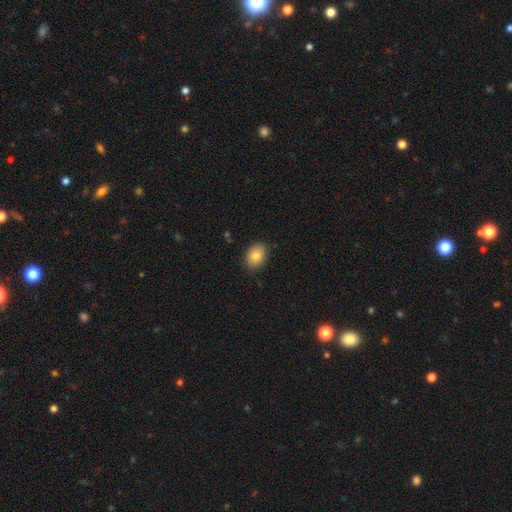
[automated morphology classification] Smooth or featured?
  - smooth: 83% *
  - featured or disk: 9%
  - star or artifact: 8%
How rounded?
  - in between: 70% *
  - round: 29%
  - cigar-shaped: 1%
Merging?
  - none: 86% *
  - minor disturbance: 11%
  - major disturbance: 2%
  - merger: 1%